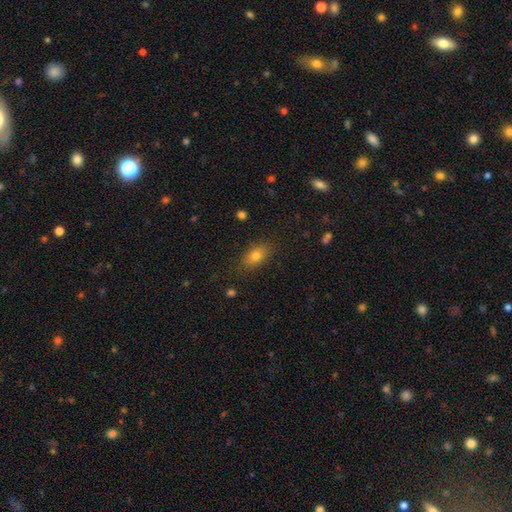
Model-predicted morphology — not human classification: Smooth or featured? Predicted: smooth (p=0.76). How rounded? Predicted: in between (p=0.81). Merging? Predicted: none (p=0.84).